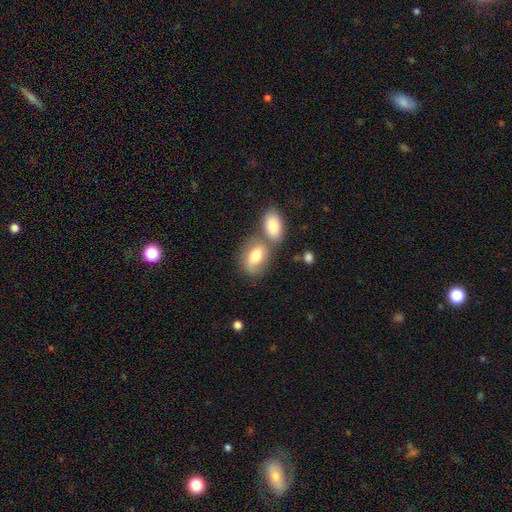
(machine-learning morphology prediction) This appears to be a smooth galaxy with no disk features (71%) that is in between round and cigar-shaped (83%). Merging: merger (42%).